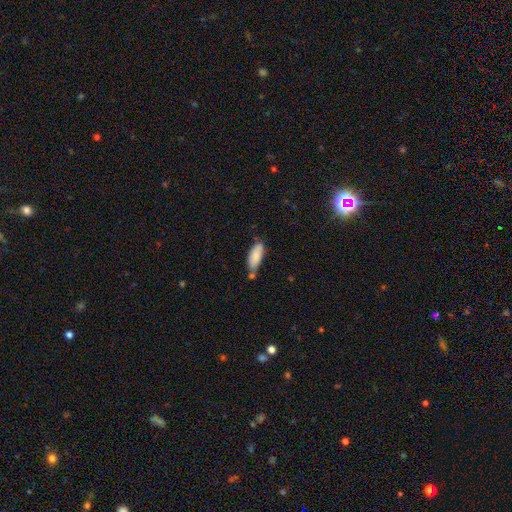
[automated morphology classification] smooth-or-featured: smooth: 85% | featured or disk: 9% | star or artifact: 6%
  how-rounded: in between: 77% | cigar-shaped: 21% | round: 2%
  merging: none: 51% | minor disturbance: 25% | merger: 18% | major disturbance: 6%